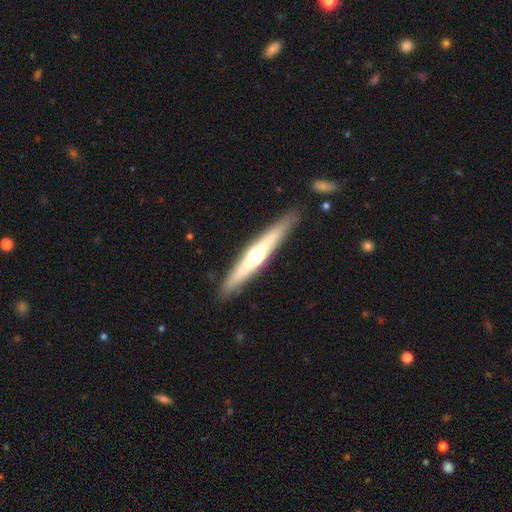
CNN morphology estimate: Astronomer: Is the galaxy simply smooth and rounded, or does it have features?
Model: featured or disk — 60%.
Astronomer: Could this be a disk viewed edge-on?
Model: yes — 96%.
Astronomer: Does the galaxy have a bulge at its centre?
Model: rounded — 84%.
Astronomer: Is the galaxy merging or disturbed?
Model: none — 89%.